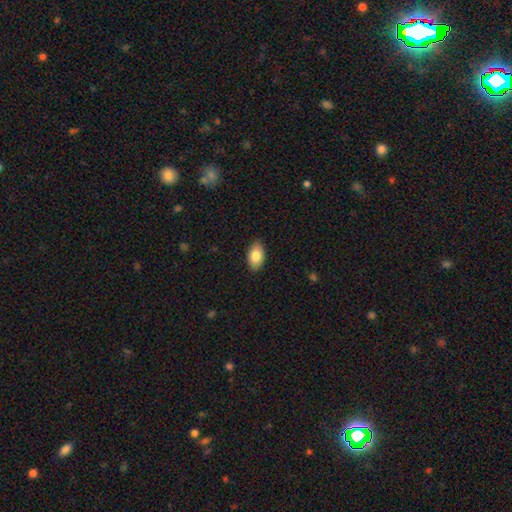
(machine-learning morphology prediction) A smooth galaxy with no disk features (83%) that is in between round and cigar-shaped (93%).

Vote fractions:
- Smooth or featured? smooth: 83% / featured or disk: 10% / star or artifact: 7%
- How rounded? in between: 93% / round: 6% / cigar-shaped: 2%
- Merging? none: 87% / minor disturbance: 10% / major disturbance: 2% / merger: 1%